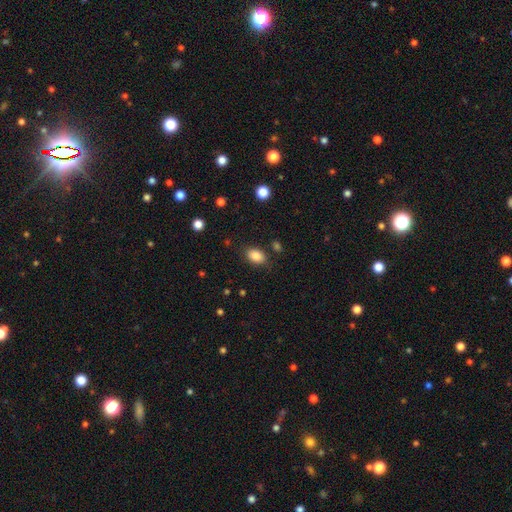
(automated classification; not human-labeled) Overall: smooth (86%). How rounded: in between (83%). Merging: none (80%).